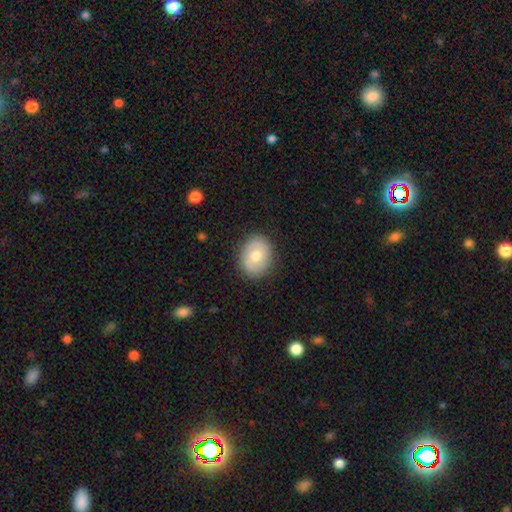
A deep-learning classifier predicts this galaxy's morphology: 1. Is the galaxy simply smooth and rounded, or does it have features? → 65% smooth, 28% featured or disk, 7% star or artifact.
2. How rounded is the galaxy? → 50% round, 49% in between, 1% cigar-shaped.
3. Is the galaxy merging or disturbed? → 85% none, 11% minor disturbance, 3% major disturbance, 1% merger.